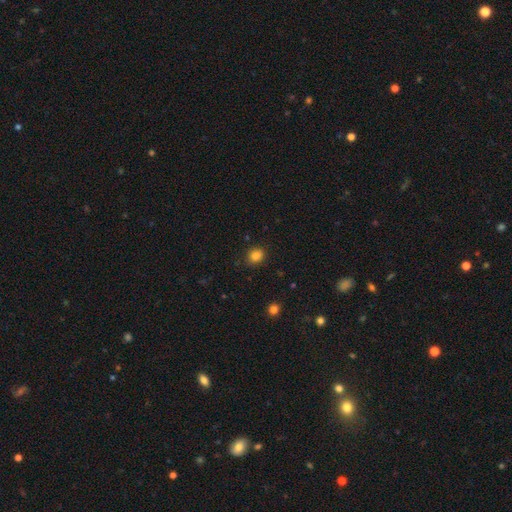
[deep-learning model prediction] Smooth or featured: smooth — 84% (star or artifact — 12%)
How rounded: round — 69% (in between — 30%)
Merging: none — 86% (minor disturbance — 10%)